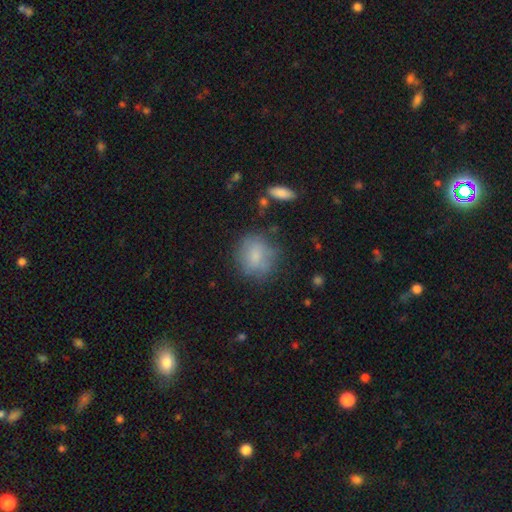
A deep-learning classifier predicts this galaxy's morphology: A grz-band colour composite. It shows a smooth galaxy with no disk features (77%) that is round (73%). Merging: none (70%).